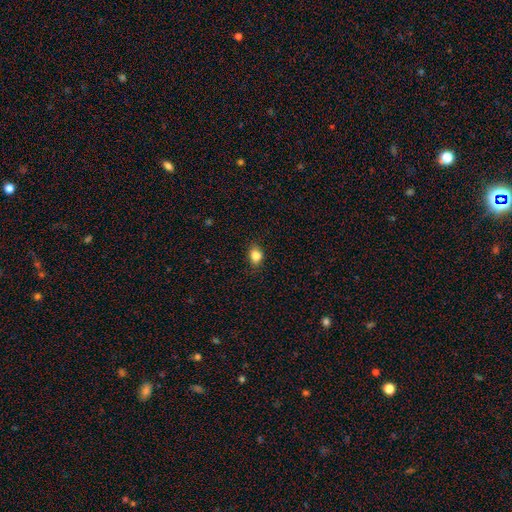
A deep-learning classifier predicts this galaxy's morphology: A smooth galaxy with no disk features (85%) that is in between round and cigar-shaped (60%). Merging: none (83%).